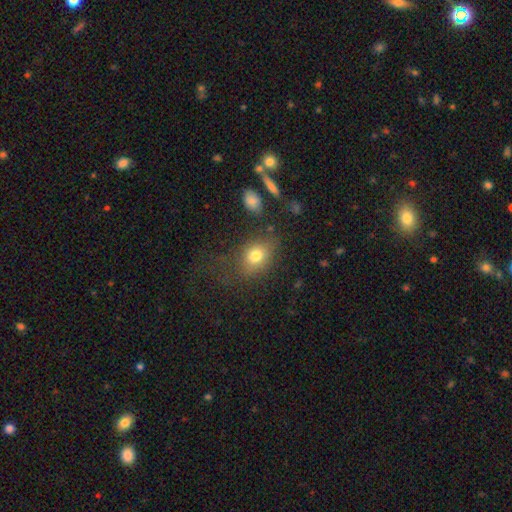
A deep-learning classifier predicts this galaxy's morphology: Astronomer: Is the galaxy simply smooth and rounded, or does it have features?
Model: smooth — 77%.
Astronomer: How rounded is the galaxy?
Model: in between — 60% (runner-up: round, 38%).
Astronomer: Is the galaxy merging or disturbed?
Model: none — 64%.